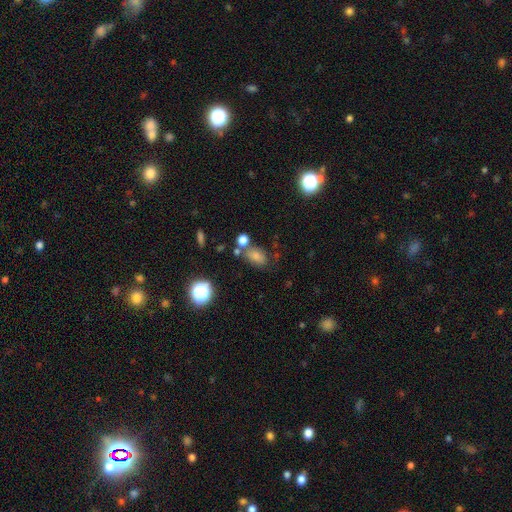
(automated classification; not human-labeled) The model was most divided on "merging": none: 57%, merger: 19%, minor disturbance: 17%, major disturbance: 7%. More confident: how rounded — in between (80%); smooth or featured — smooth (75%).